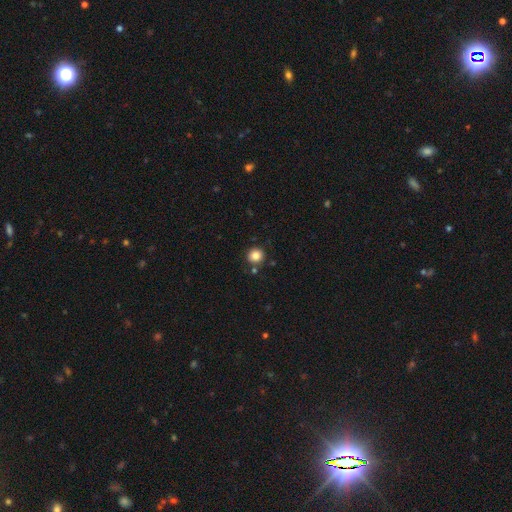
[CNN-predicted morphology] smooth-or-featured: smooth: 84% | star or artifact: 11% | featured or disk: 5%
  how-rounded: round: 92% | in between: 7% | cigar-shaped: 1%
  merging: none: 86% | minor disturbance: 7% | merger: 5% | major disturbance: 2%